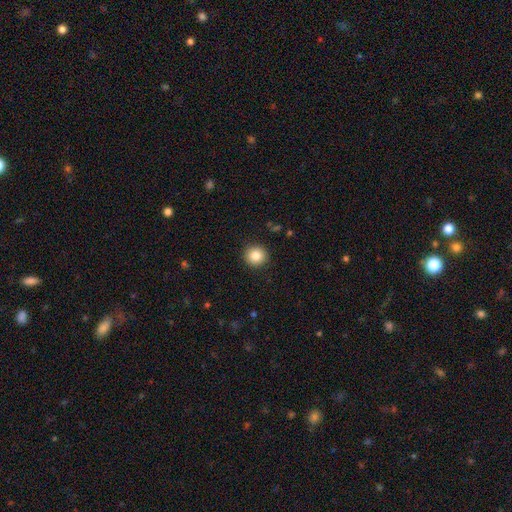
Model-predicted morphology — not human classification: type=smooth (84%); roundness=round (94%); merging=none (92%).